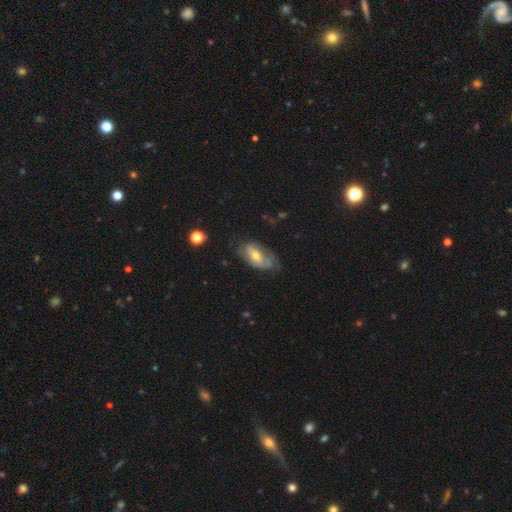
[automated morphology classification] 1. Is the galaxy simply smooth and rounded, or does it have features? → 62% featured or disk, 31% smooth, 7% star or artifact.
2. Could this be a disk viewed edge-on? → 92% no, 8% yes.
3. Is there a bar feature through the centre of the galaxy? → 54% no, 32% weak, 13% strong.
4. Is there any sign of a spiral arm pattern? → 74% yes, 26% no.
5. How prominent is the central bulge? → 59% moderate, 34% small, 4% large, 1% none, 1% dominant.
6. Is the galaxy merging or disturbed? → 48% none, 31% minor disturbance, 19% major disturbance, 2% merger.